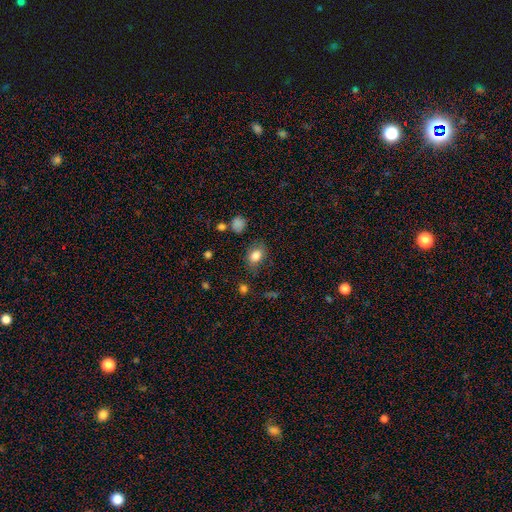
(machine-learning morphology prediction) This is clearly a smooth galaxy (82%). How rounded: likely in between (74%). Merging: likely none (73%).